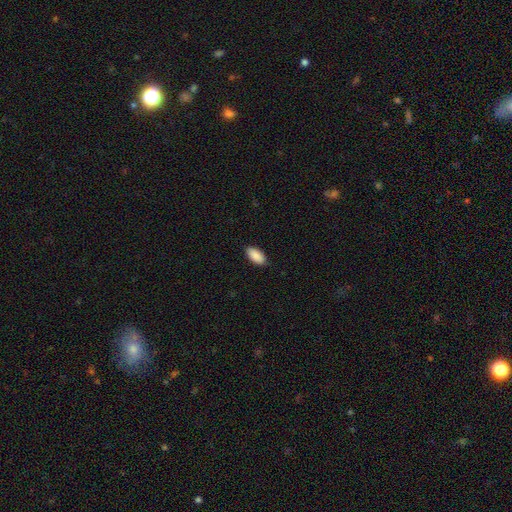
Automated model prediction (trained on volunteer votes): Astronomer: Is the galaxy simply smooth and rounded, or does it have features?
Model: smooth — 91%.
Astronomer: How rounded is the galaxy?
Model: in between — 94%.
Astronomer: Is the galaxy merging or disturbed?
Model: none — 89%.